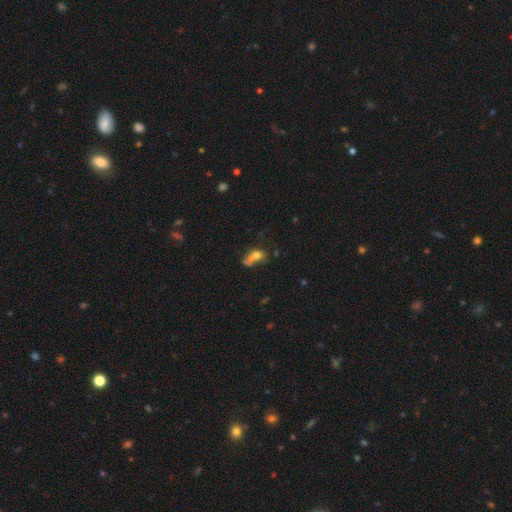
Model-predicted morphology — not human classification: type=smooth (60%); roundness=in between (63%); merging=merger (31%).